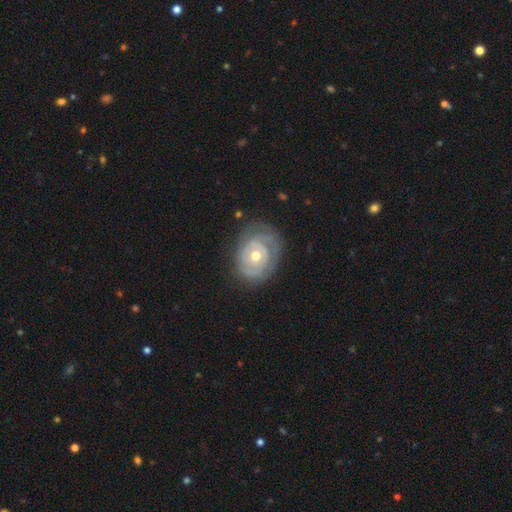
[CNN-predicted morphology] featured or disk 77%, smooth 18%, star or artifact 5%. Down the decision tree: edge-on disk — no (97%); bar — no (82%); spiral arms — yes (76%); spiral arm count — can't tell (42%); spiral winding — tight (74%); bulge size — moderate (68%); merging — none (65%).